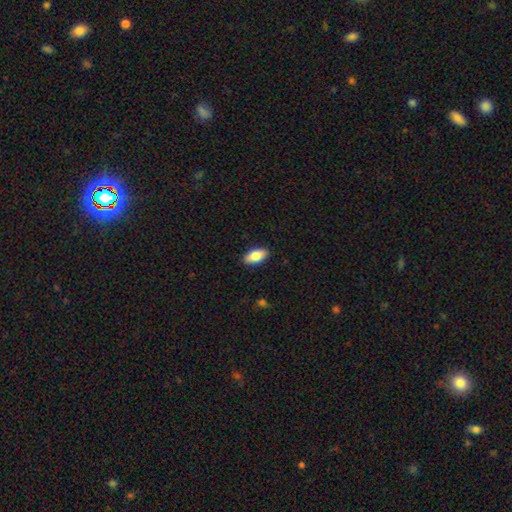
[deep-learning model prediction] Smooth or featured? Predicted: smooth (p=0.81). How rounded? Predicted: in between (p=0.90). Merging? Predicted: none (p=0.90).